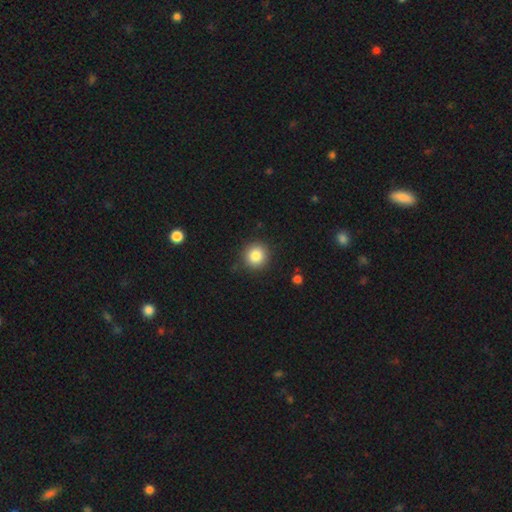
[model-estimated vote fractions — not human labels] This is clearly a smooth galaxy (84%). How rounded: clearly round (93%). Merging: clearly none (89%).